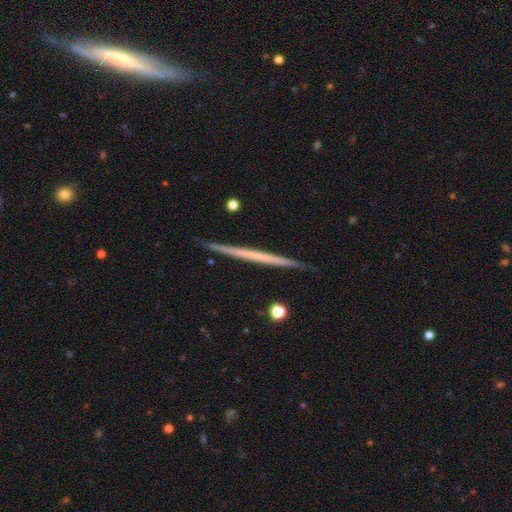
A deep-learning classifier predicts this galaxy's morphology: Q: Smooth or featured?
A: featured or disk (61%); runner-up: smooth (34%)
Q: Edge-on disk?
A: yes (98%); runner-up: no (2%)
Q: Edge-on bulge?
A: none (93%); runner-up: rounded (5%)
Q: Merging?
A: none (92%); runner-up: minor disturbance (6%)